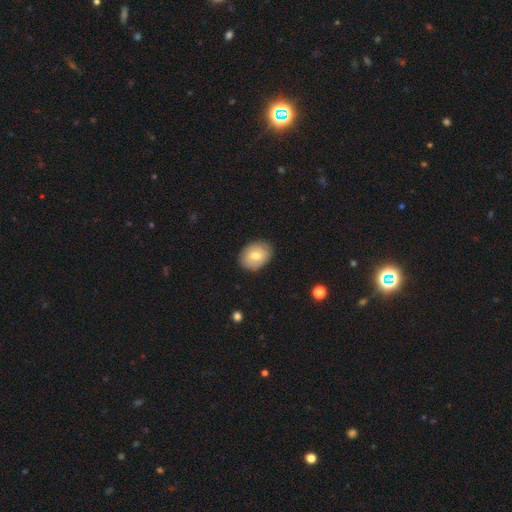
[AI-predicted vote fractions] Smooth or featured? Predicted: smooth (p=0.71). How rounded? Predicted: in between (p=0.68). Merging? Predicted: none (p=0.85).